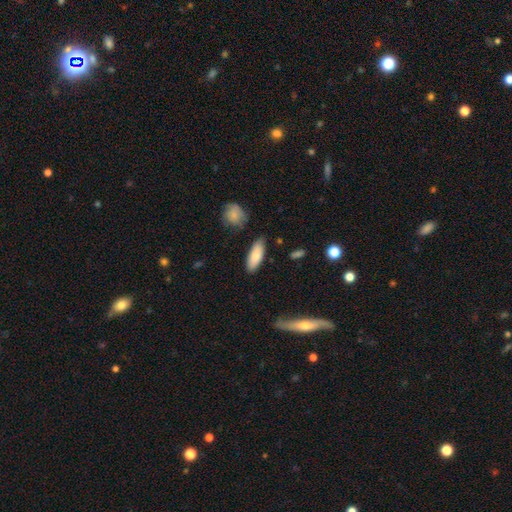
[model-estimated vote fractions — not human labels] The model was most divided on "how rounded": in between: 70%, cigar-shaped: 28%, round: 2%. More confident: smooth or featured — smooth (84%); merging — none (83%).